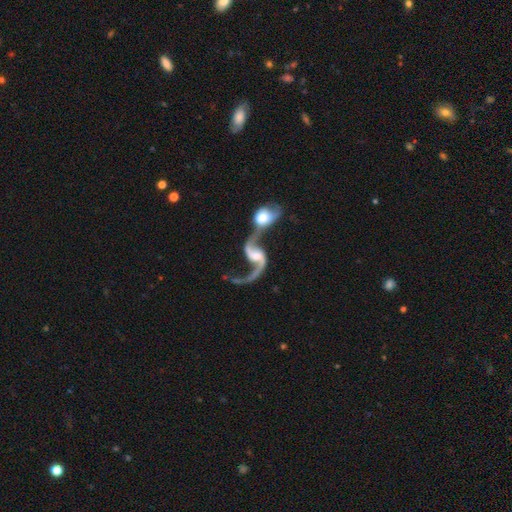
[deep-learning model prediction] Morphology: type=featured or disk (89%); edge-on=no (97%); bar=weak (43%); spiral arms=yes (95%); winding=loose (85%); arm count=2 (87%); bulge=moderate (41%); merging=merger (72%).